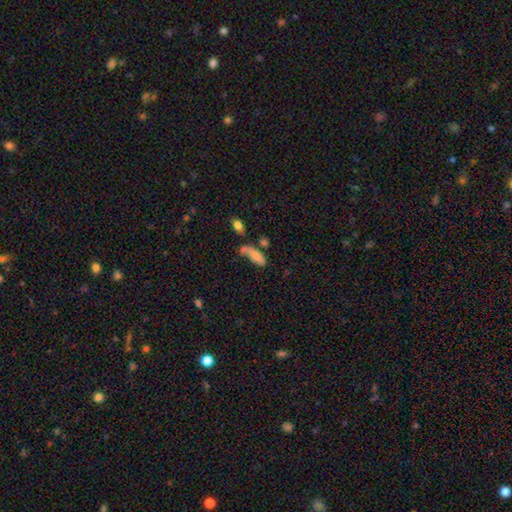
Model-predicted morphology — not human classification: Smooth or featured? smooth (73%)
How rounded? in between (68%)
Merging? none (34%)